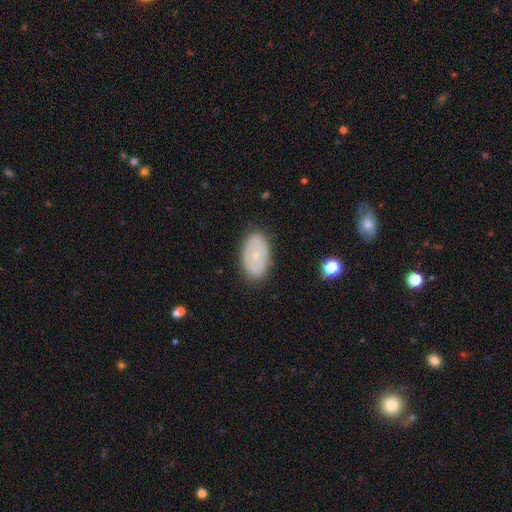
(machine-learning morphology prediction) Q: Smooth or featured?
A: smooth (52%); runner-up: featured or disk (41%)
Q: How rounded?
A: in between (91%); runner-up: round (7%)
Q: Merging?
A: none (84%); runner-up: minor disturbance (12%)